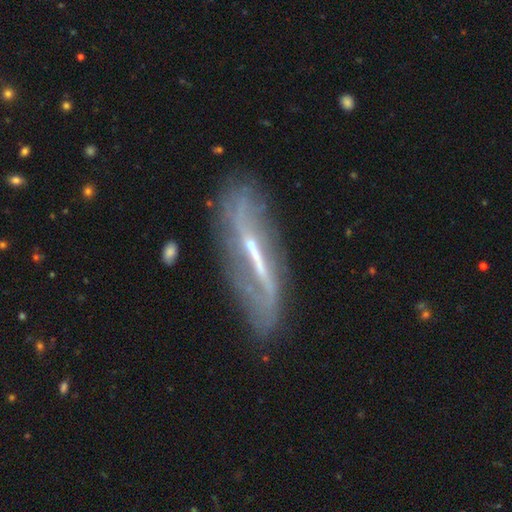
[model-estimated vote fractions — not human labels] Smooth or featured: featured or disk — 78% (smooth — 15%)
Edge-on disk: no — 67% (yes — 33%)
Bar: strong — 66% (weak — 21%)
Spiral arms: yes — 67% (no — 33%)
Bulge size: small — 55% (moderate — 24%)
Merging: none — 60% (minor disturbance — 21%)